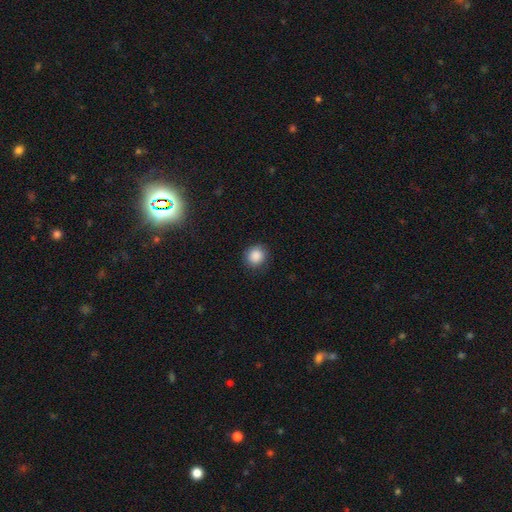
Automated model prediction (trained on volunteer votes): Smooth or featured: smooth — 88% (star or artifact — 9%)
How rounded: round — 86% (in between — 13%)
Merging: none — 88% (minor disturbance — 9%)